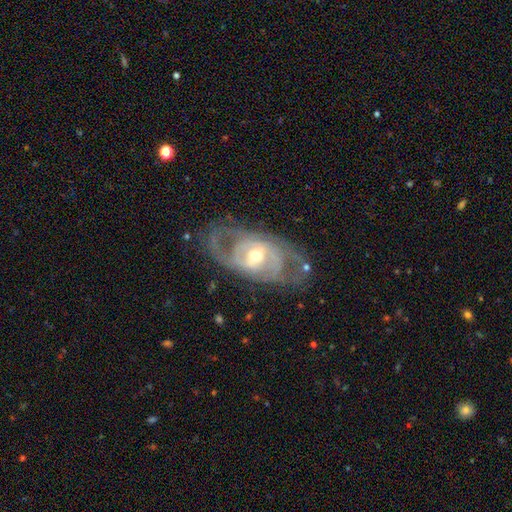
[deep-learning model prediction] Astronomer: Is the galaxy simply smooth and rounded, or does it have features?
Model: featured or disk — 84%.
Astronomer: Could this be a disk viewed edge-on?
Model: no — 93%.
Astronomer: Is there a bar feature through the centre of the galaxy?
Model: weak — 42% (runner-up: no, 36%).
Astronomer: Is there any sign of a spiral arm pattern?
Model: yes — 83%.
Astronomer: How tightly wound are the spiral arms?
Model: tight — 49% (runner-up: medium, 38%).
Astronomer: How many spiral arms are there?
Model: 2 — 49% (runner-up: can't tell, 29%).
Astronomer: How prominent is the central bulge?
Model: moderate — 60%.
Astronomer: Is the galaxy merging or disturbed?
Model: none — 67%.